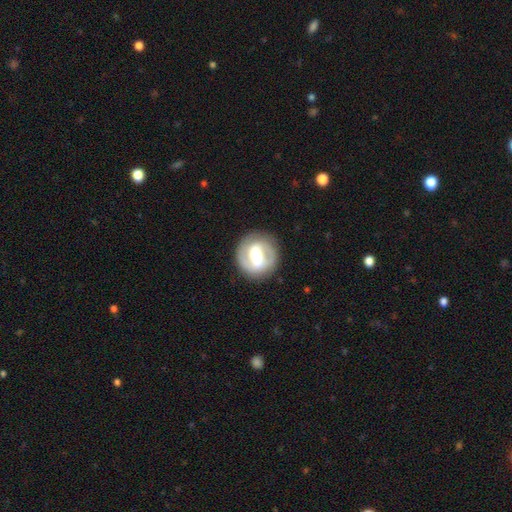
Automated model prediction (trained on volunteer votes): Smooth or featured? featured or disk (75%)
Edge-on disk? no (96%)
Bar? strong (58%)
Spiral arms? yes (78%)
Spiral winding? tight (42%)
Spiral arm count? 2 (83%)
Bulge size? moderate (59%)
Merging? none (84%)